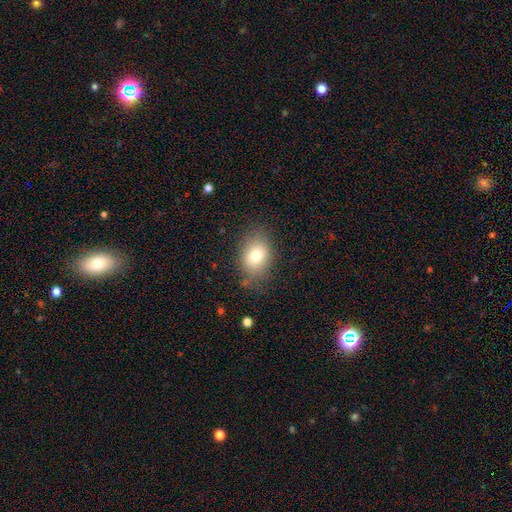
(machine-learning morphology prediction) This is likely a smooth galaxy (78%). How rounded: likely in between (69%). Merging: likely none (76%).